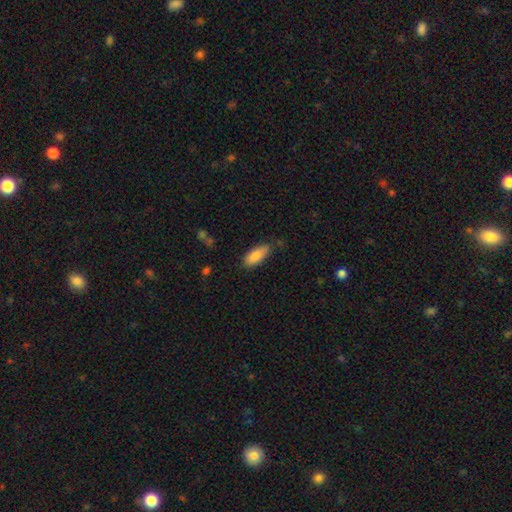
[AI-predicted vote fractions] Smooth or featured? Predicted: smooth (p=0.87). How rounded? Predicted: in between (p=0.80). Merging? Predicted: none (p=0.76).